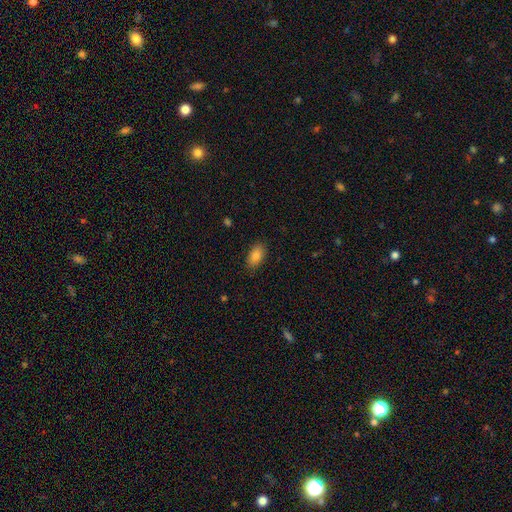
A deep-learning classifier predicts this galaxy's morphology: A smooth galaxy with no disk features (85%) that is in between round and cigar-shaped (91%). Merging: none (86%).